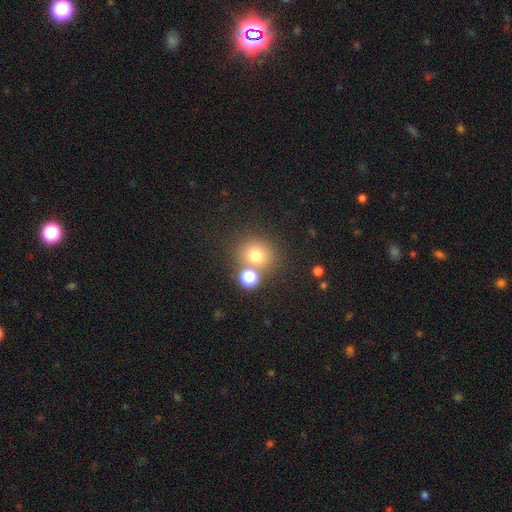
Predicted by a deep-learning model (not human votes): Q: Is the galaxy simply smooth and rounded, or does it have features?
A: smooth — 74%.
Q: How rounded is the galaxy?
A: round — 84%.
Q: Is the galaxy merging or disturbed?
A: none — 66%.